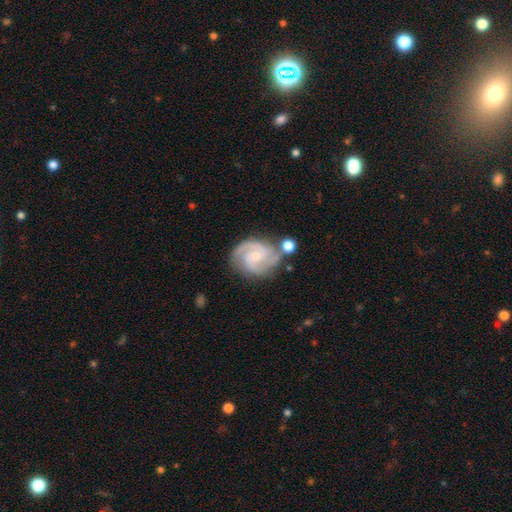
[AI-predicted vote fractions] Q: Smooth or featured?
A: featured or disk (89%); runner-up: smooth (7%)
Q: Edge-on disk?
A: no (98%); runner-up: yes (2%)
Q: Bar?
A: no (52%); runner-up: weak (40%)
Q: Spiral arms?
A: yes (98%); runner-up: no (2%)
Q: Spiral winding?
A: medium (48%); runner-up: tight (44%)
Q: Spiral arm count?
A: 2 (59%); runner-up: 3 (28%)
Q: Bulge size?
A: small (66%); runner-up: moderate (30%)
Q: Merging?
A: none (66%); runner-up: minor disturbance (18%)